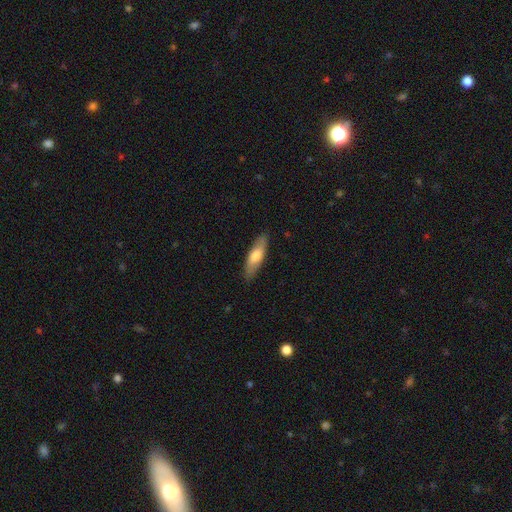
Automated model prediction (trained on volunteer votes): The model was most divided on "how rounded": cigar-shaped: 50%, in between: 48%, round: 2%. More confident: merging — none (85%); smooth or featured — smooth (68%).